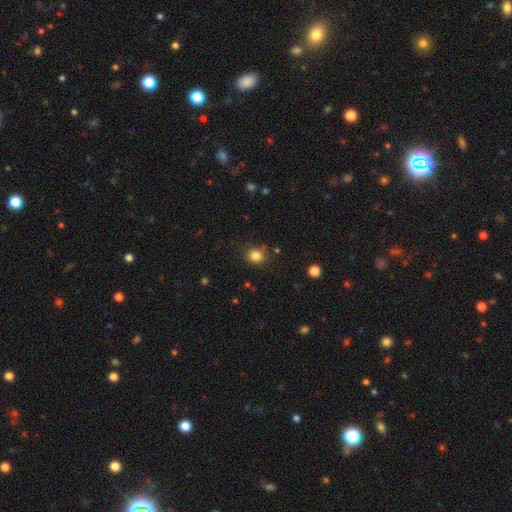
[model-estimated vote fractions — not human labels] This is clearly a smooth galaxy (83%). How rounded: likely round (78%). Merging: clearly none (81%).